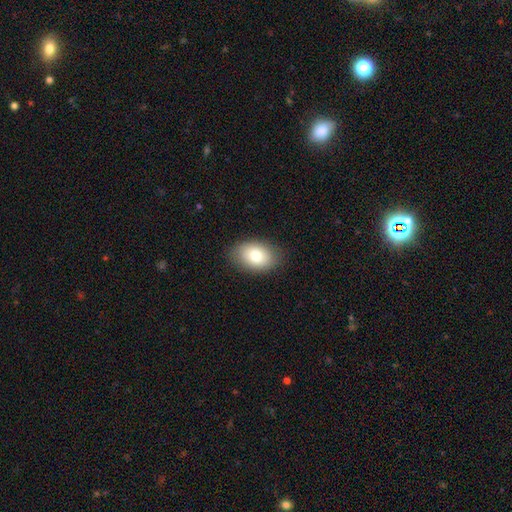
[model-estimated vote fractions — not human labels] A smooth galaxy with no disk features (79%) that is in between round and cigar-shaped (85%).

Vote fractions:
- Smooth or featured? smooth: 79% / featured or disk: 13% / star or artifact: 8%
- How rounded? in between: 85% / round: 14% / cigar-shaped: 1%
- Merging? none: 86% / minor disturbance: 10% / major disturbance: 3% / merger: 1%